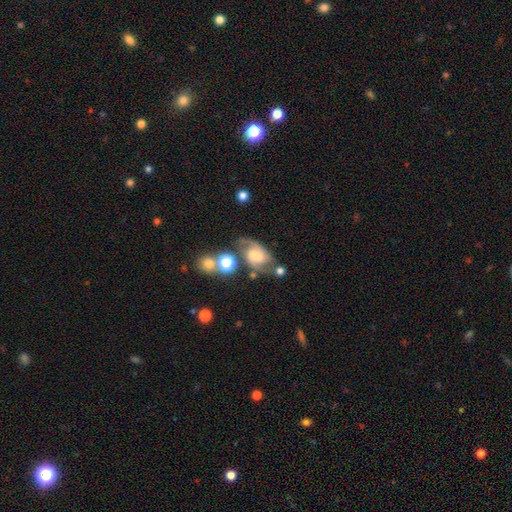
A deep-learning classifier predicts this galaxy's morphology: Overall: featured or disk (63%; smooth 27%). Edge-on disk: no (96%). Bar: no (54%; weak 38%). Spiral arms: yes (87%). Spiral arm count: 2 (82%). Spiral winding: medium (49%; loose 29%). Bulge size: moderate (43%; small 30%). Merging: none (49%; minor disturbance 23%).